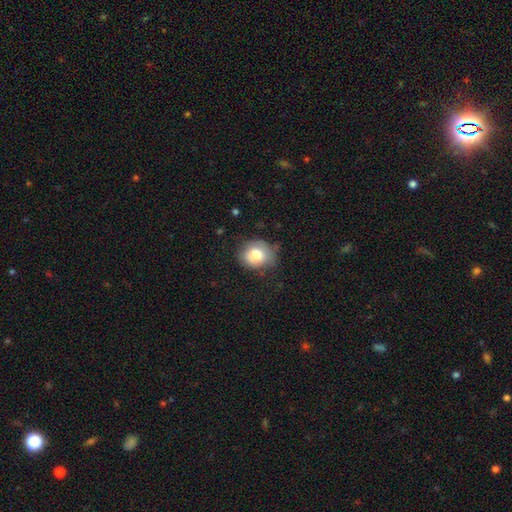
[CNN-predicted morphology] The model was most divided on "how rounded": round: 62%, in between: 37%, cigar-shaped: 1%. More confident: smooth or featured — smooth (78%); merging — none (70%).